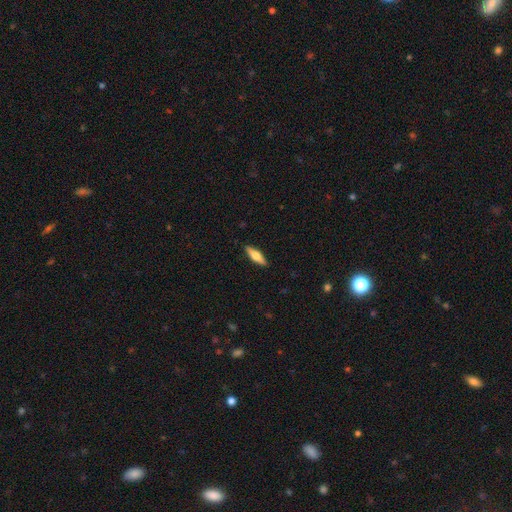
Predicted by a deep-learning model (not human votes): Overall: smooth (56%; featured or disk 38%). How rounded: cigar-shaped (55%; in between 42%). Merging: none (90%).